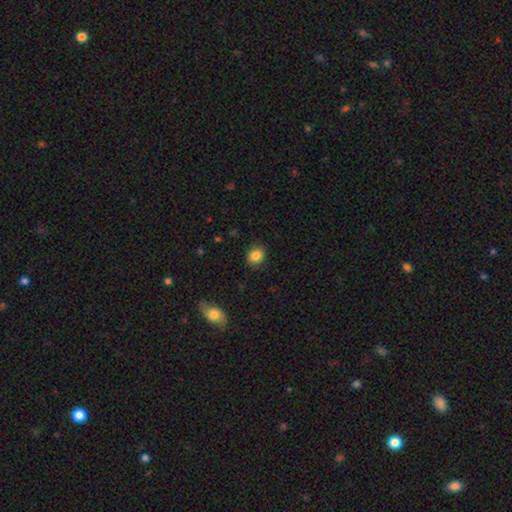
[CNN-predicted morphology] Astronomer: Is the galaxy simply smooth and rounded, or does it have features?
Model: smooth — 85%.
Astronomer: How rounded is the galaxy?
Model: round — 72%.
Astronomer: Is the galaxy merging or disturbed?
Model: none — 86%.